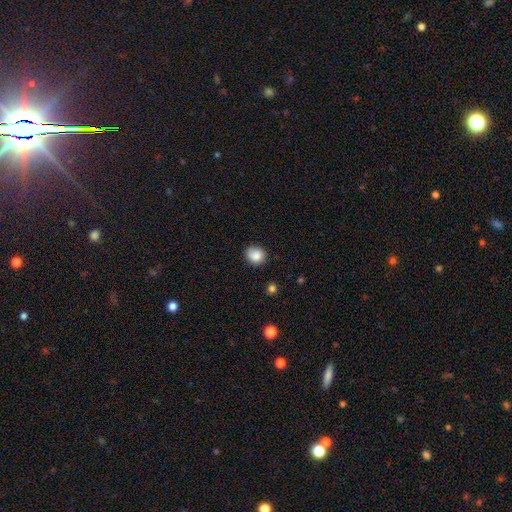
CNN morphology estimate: Q: Smooth or featured?
A: smooth (86%); runner-up: star or artifact (9%)
Q: How rounded?
A: round (77%); runner-up: in between (22%)
Q: Merging?
A: none (80%); runner-up: minor disturbance (15%)